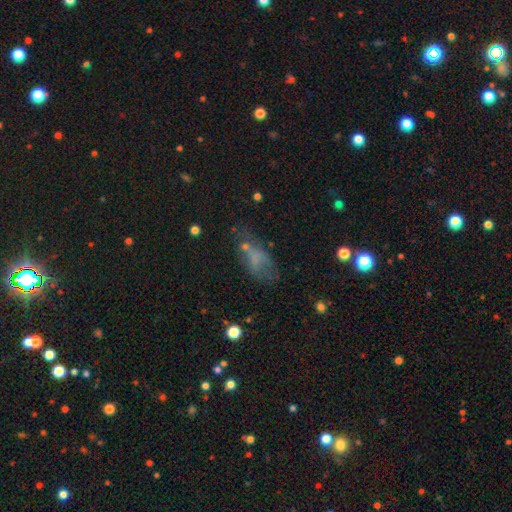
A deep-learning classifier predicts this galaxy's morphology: smooth 50%, featured or disk 29%, star or artifact 21%. Down the decision tree: merging — none (43%).